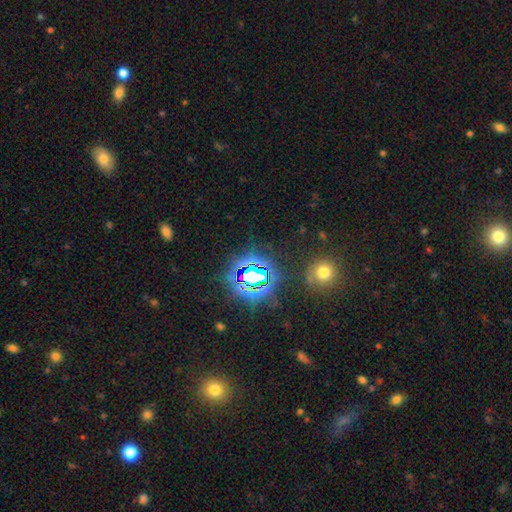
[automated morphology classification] star or artifact 72%, smooth 21%, featured or disk 7%.